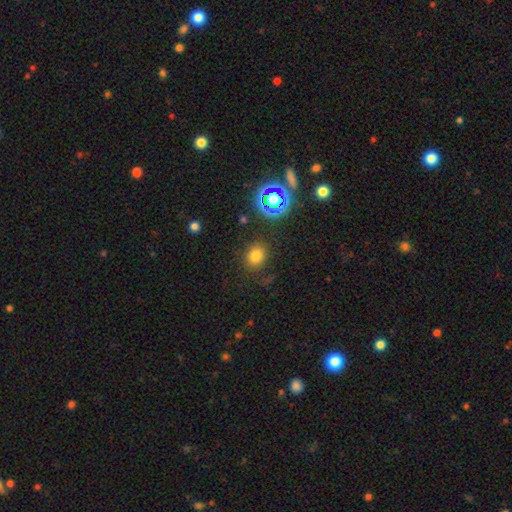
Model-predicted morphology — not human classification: smooth 72%, star or artifact 19%, featured or disk 9%. Down the decision tree: how rounded — round (65%); merging — none (80%).